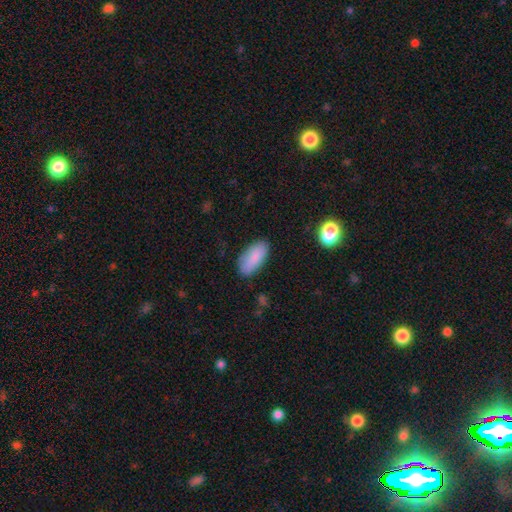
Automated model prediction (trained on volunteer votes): This appears to be a smooth galaxy with no disk features (87%) that is in between round and cigar-shaped (89%). Merging: none (83%).